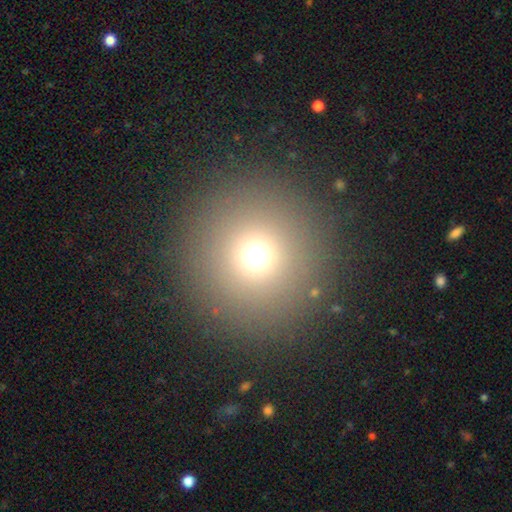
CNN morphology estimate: smooth 66%, star or artifact 27%, featured or disk 8%. Down the decision tree: how rounded — round (93%); merging — none (87%).